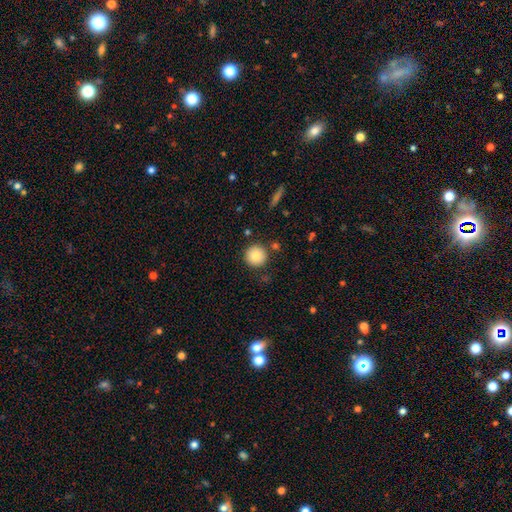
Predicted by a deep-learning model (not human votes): smooth-or-featured: smooth: 85% | star or artifact: 9% | featured or disk: 6%
  how-rounded: round: 95% | in between: 4% | cigar-shaped: 1%
  merging: none: 88% | minor disturbance: 7% | merger: 3% | major disturbance: 2%